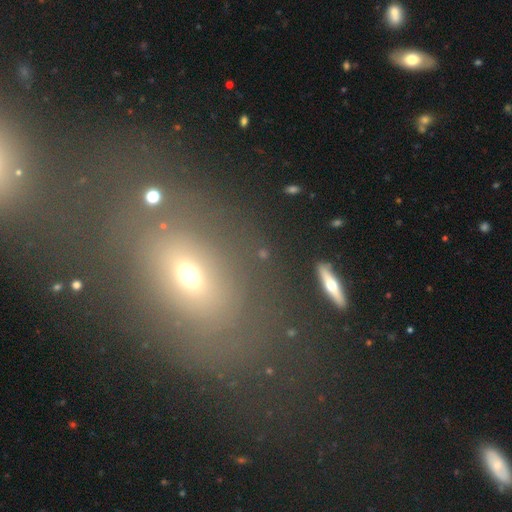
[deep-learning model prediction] This appears to be a smooth galaxy with no disk features (51%) that is in between round and cigar-shaped (68%). Merging: none (59%).